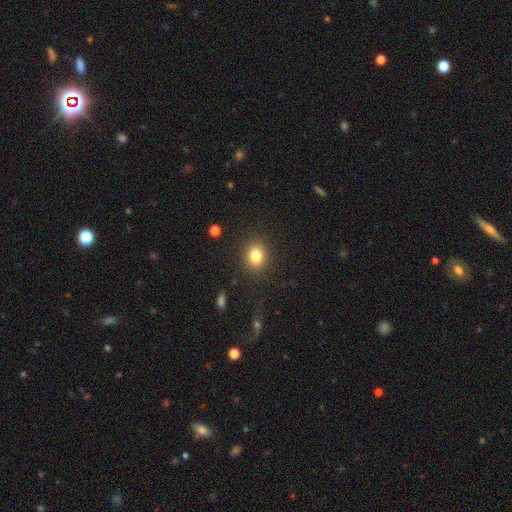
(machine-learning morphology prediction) Smooth or featured? Predicted: smooth (p=0.82). How rounded? Predicted: round (p=0.62). Merging? Predicted: none (p=0.87).